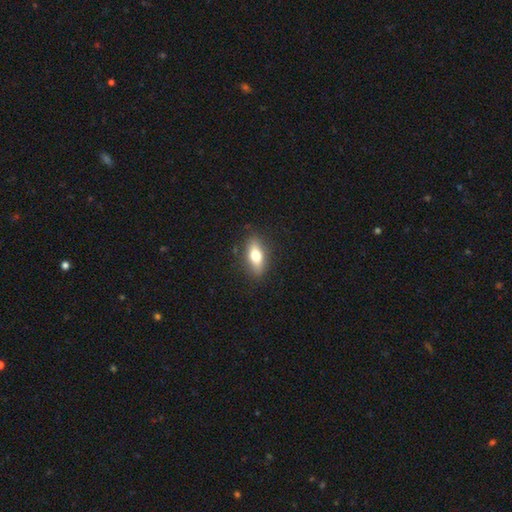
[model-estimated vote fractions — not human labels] This is likely a smooth galaxy (69%). How rounded: likely in between (75%). Merging: clearly none (86%).